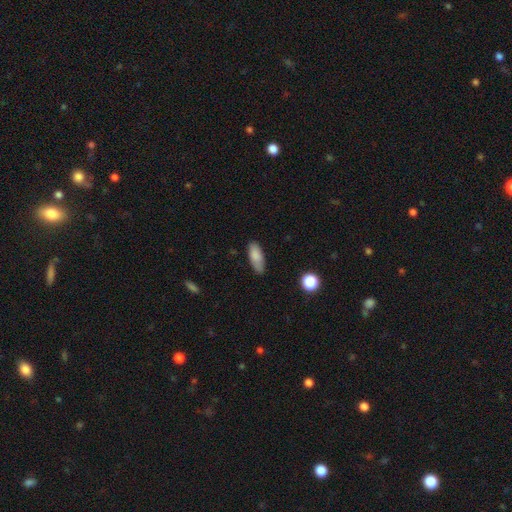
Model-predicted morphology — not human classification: Smooth or featured?
  - smooth: 85% *
  - featured or disk: 8%
  - star or artifact: 7%
How rounded?
  - in between: 76% *
  - cigar-shaped: 22%
  - round: 2%
Merging?
  - none: 80% *
  - minor disturbance: 16%
  - major disturbance: 3%
  - merger: 1%